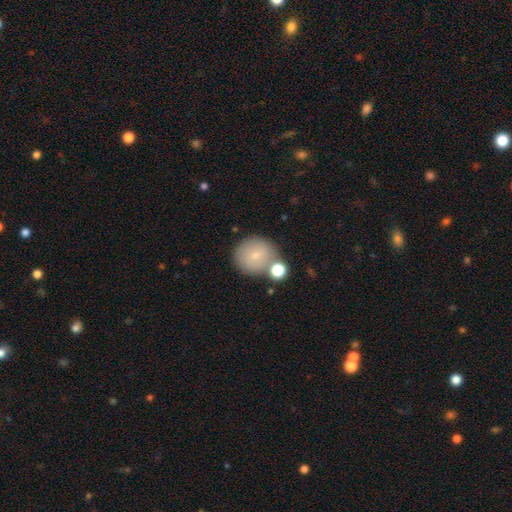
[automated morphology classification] smooth_or_featured: smooth (p=0.76) [alt: featured or disk p=0.15]
how_rounded: round (p=0.88) [alt: in between p=0.11]
merging: none (p=0.65) [alt: merger p=0.19]